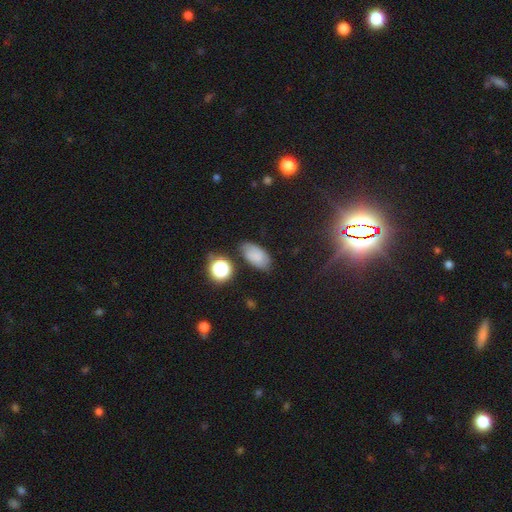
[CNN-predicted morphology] Smooth or featured: smooth — 63% (featured or disk — 22%)
How rounded: in between — 91% (round — 6%)
Merging: none — 73% (minor disturbance — 19%)